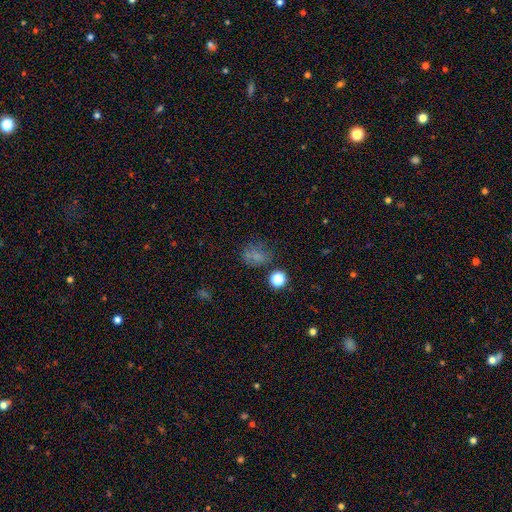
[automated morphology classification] Smooth or featured? smooth (63%)
How rounded? round (57%)
Merging? none (60%)